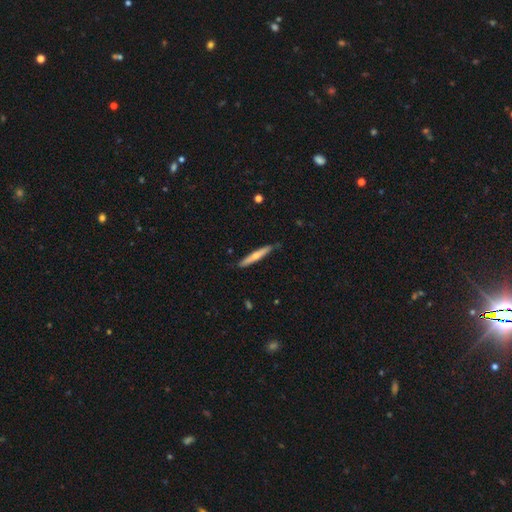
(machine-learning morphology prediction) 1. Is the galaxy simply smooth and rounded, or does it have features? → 51% smooth, 43% featured or disk, 6% star or artifact.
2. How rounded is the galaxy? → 93% cigar-shaped, 5% in between, 1% round.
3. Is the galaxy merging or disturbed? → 85% none, 12% minor disturbance, 2% major disturbance, 1% merger.